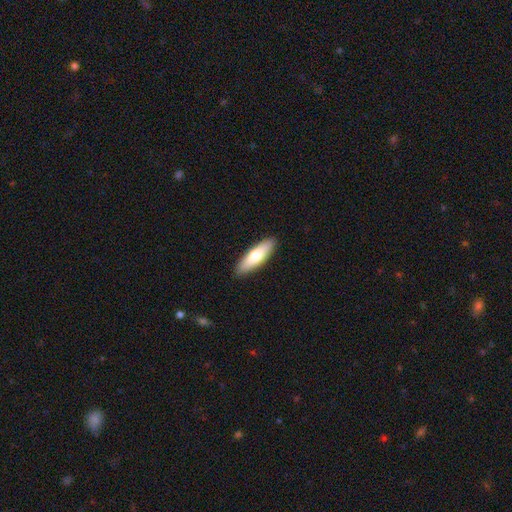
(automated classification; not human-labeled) This appears to be a smooth galaxy with no disk features (71%) that is cigar-shaped (58%). Merging: none (90%).